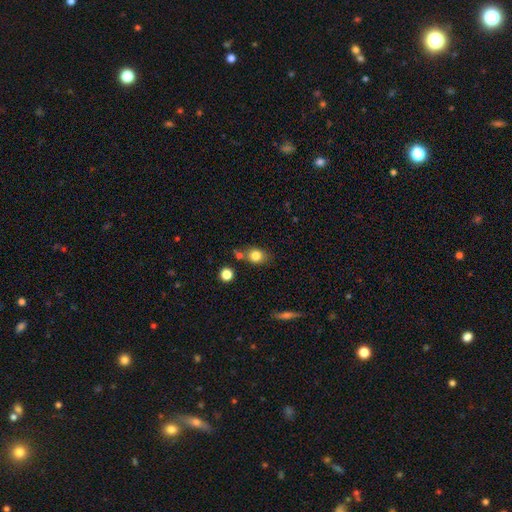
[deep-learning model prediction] This is clearly a smooth galaxy (81%). How rounded: possibly round (53%). Merging: likely none (67%).